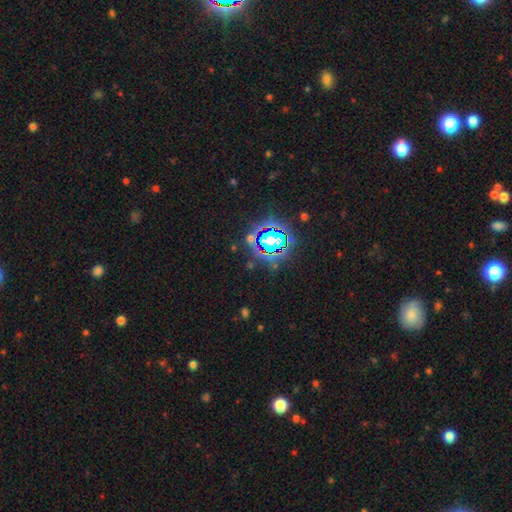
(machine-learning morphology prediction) A star or artifact, not a galaxy (80%).

Vote fractions:
- Smooth or featured? star or artifact: 80% / smooth: 12% / featured or disk: 8%